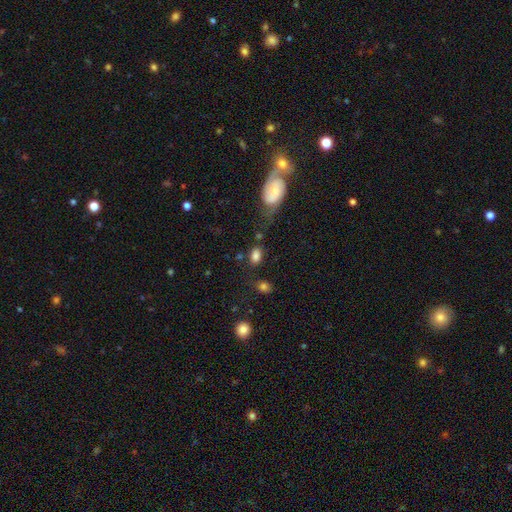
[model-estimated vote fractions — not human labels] smooth_or_featured: smooth (p=0.83) [alt: star or artifact p=0.10]
how_rounded: in between (p=0.82) [alt: round p=0.16]
merging: none (p=0.71) [alt: minor disturbance p=0.15]